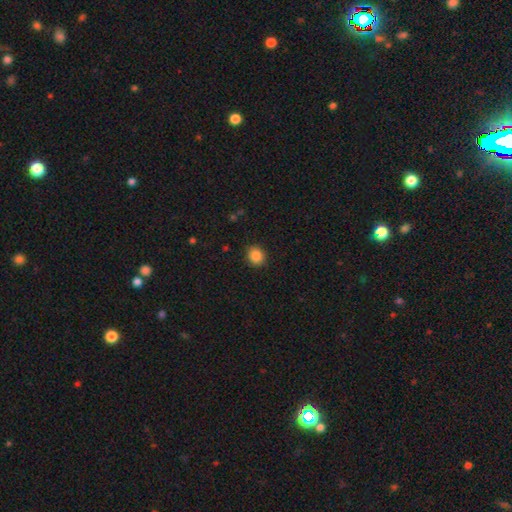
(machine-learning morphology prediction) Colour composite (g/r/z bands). It shows a smooth galaxy with no disk features (86%) that is round (83%). Merging: none (90%).